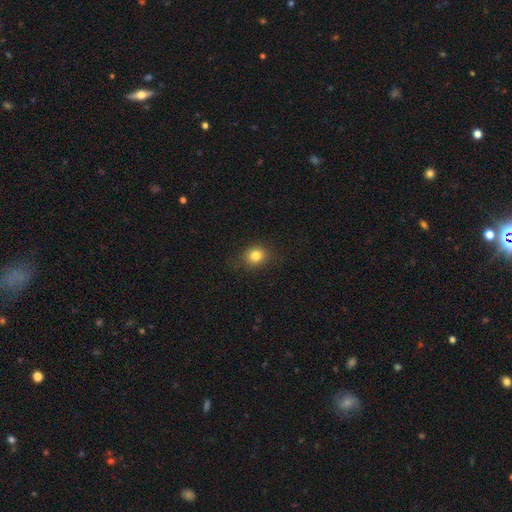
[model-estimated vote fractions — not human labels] smooth-or-featured: smooth: 82% | star or artifact: 12% | featured or disk: 6%
  how-rounded: round: 74% | in between: 25% | cigar-shaped: 1%
  merging: none: 83% | minor disturbance: 12% | major disturbance: 4% | merger: 1%